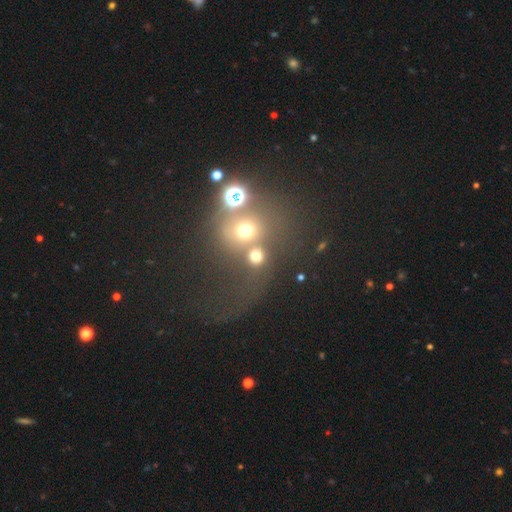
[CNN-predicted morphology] Smooth or featured? Predicted: smooth (p=0.67). How rounded? Predicted: round (p=0.81). Merging? Predicted: none (p=0.46).